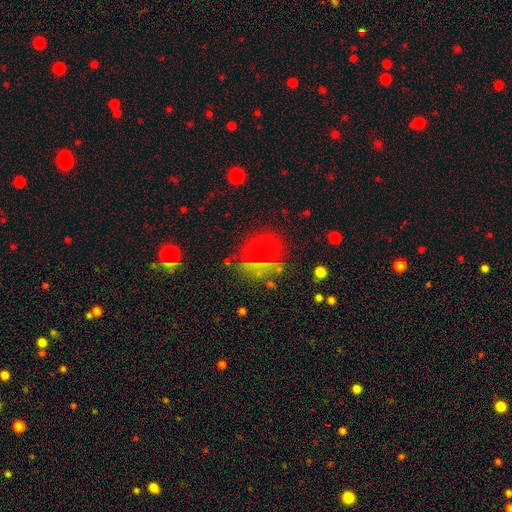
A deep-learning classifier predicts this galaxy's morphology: Q: Smooth or featured?
A: smooth (59%); runner-up: star or artifact (27%)
Q: How rounded?
A: round (66%); runner-up: in between (31%)
Q: Merging?
A: none (74%); runner-up: minor disturbance (14%)